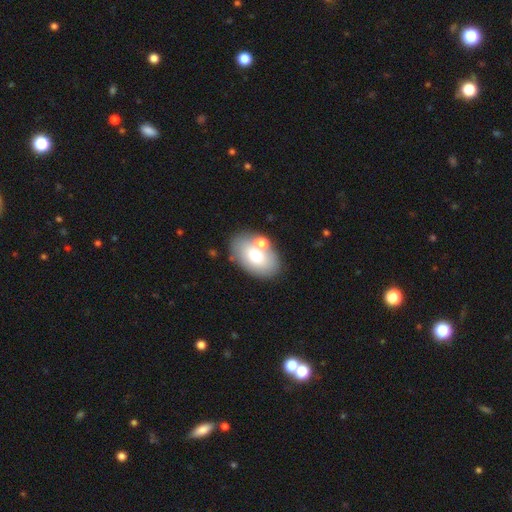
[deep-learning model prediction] This appears to be a smooth galaxy with no disk features (72%) that is in between round and cigar-shaped (90%). Merging: none (65%).